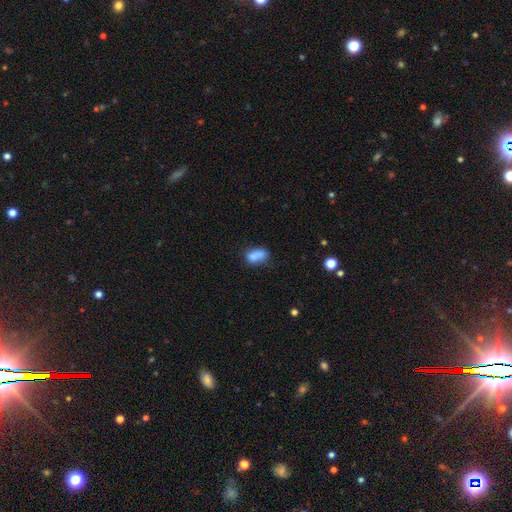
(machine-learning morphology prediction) Q: Smooth or featured?
A: smooth (78%); runner-up: featured or disk (12%)
Q: How rounded?
A: in between (84%); runner-up: round (10%)
Q: Merging?
A: none (43%); runner-up: minor disturbance (26%)